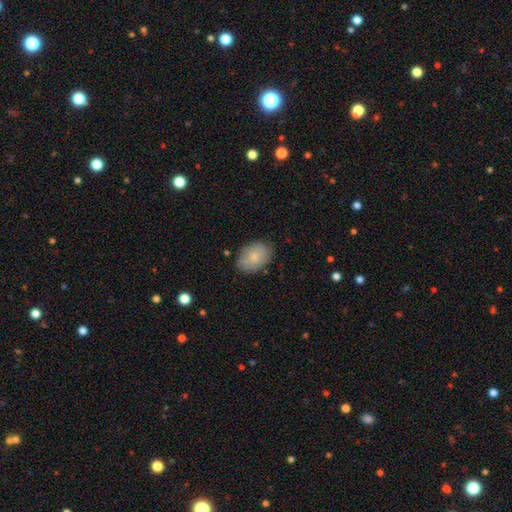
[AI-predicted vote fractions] A smooth galaxy with no disk features (78%) that is in between round and cigar-shaped (83%). Merging: none (78%).